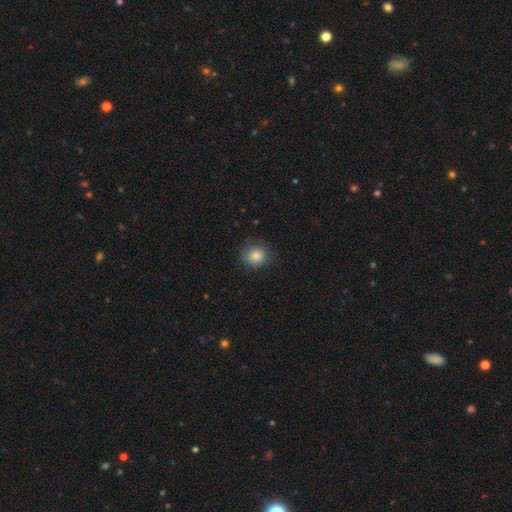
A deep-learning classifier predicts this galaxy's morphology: Overall: smooth (83%). How rounded: round (84%). Merging: none (81%).